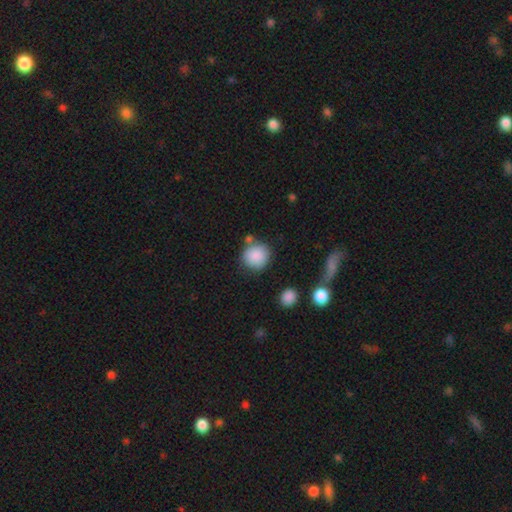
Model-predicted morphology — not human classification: A smooth galaxy with no disk features (88%) that is round (88%). Merging: none (73%).